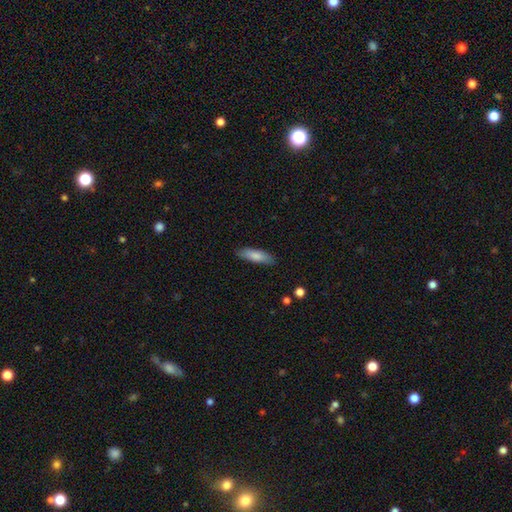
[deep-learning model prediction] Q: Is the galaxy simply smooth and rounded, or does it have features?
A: smooth — 81%.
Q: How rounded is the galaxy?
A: cigar-shaped — 58%.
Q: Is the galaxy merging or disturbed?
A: none — 86%.